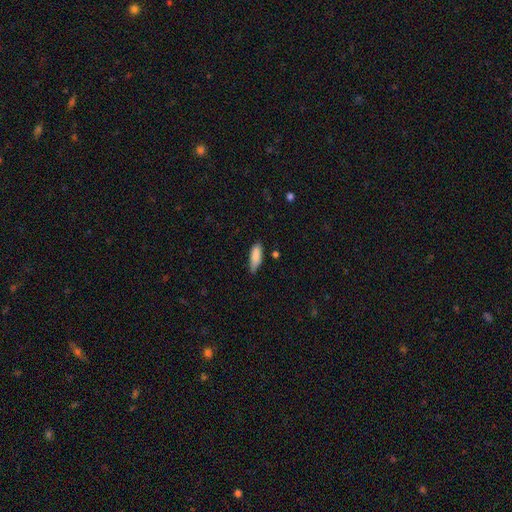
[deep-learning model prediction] A smooth galaxy with no disk features (86%) that is in between round and cigar-shaped (66%). Merging: none (67%).